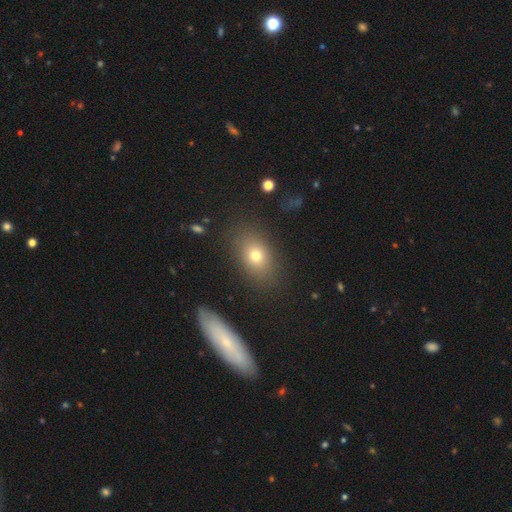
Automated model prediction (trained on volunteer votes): A smooth galaxy with no disk features (72%) that is in between round and cigar-shaped (72%). Merging: none (82%).